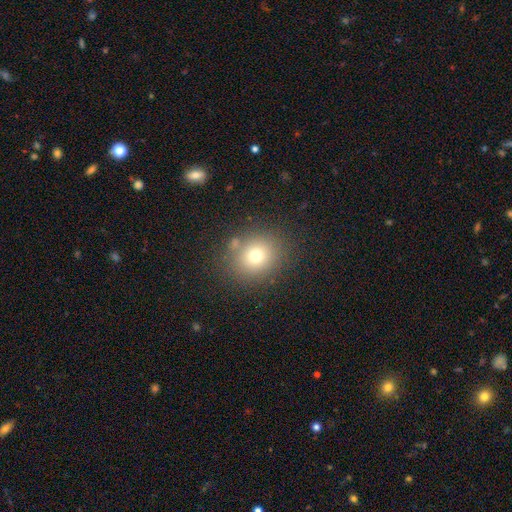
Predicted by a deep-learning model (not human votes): A smooth galaxy with no disk features (72%) that is round (73%). Merging: none (81%).